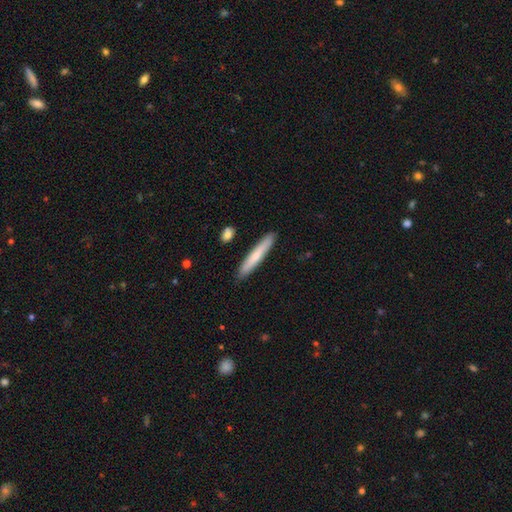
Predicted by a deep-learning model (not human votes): Smooth or featured? smooth (66%)
How rounded? cigar-shaped (95%)
Merging? none (89%)